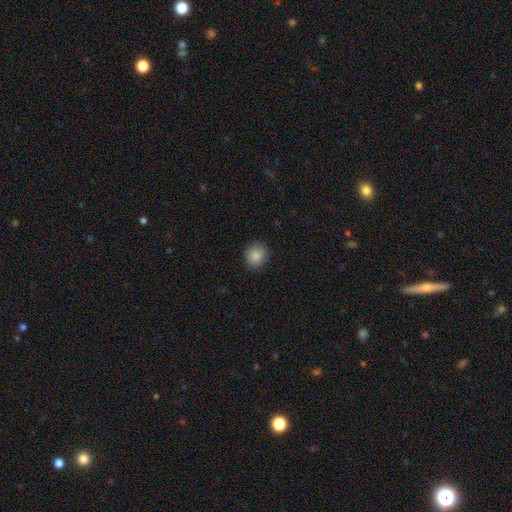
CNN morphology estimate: This is clearly a smooth galaxy (87%). How rounded: likely round (72%). Merging: clearly none (86%).